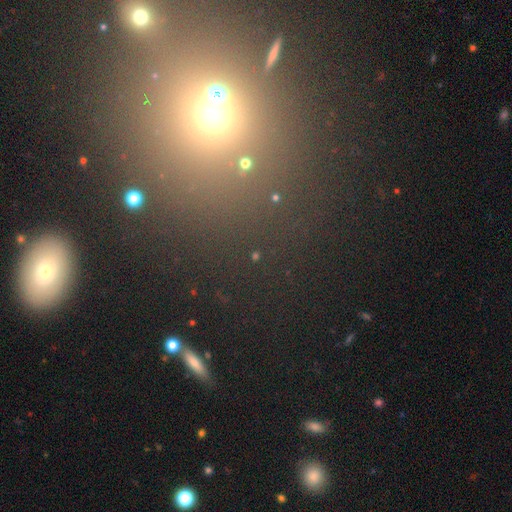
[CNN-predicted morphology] Overall: star or artifact (61%; smooth 28%).